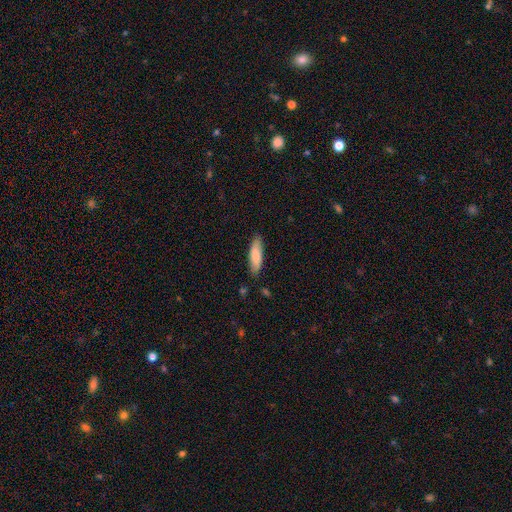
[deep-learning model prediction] smooth-or-featured: smooth: 82% | featured or disk: 12% | star or artifact: 6%
  how-rounded: cigar-shaped: 55% | in between: 44% | round: 1%
  merging: none: 84% | minor disturbance: 12% | major disturbance: 2% | merger: 2%